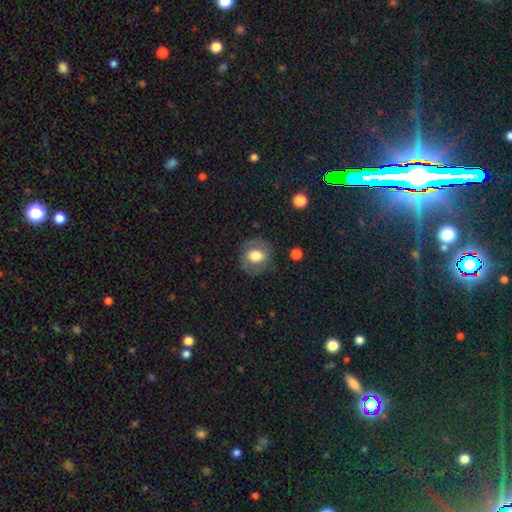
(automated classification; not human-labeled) Overall: smooth (47%; featured or disk 45%). Merging: none (75%).